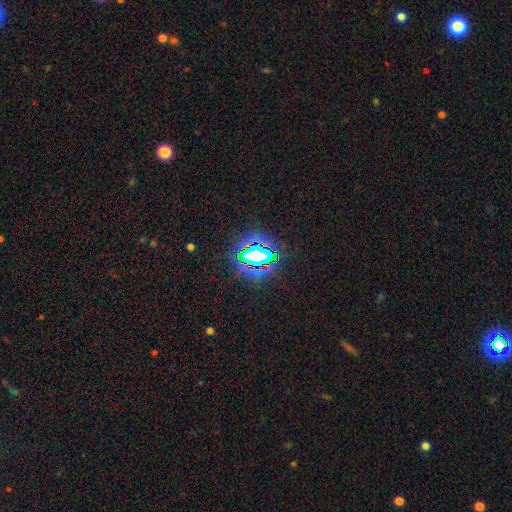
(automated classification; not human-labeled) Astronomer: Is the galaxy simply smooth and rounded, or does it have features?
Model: star or artifact — 71%.